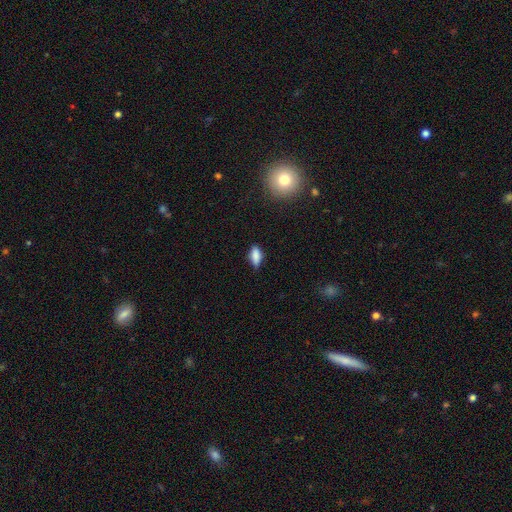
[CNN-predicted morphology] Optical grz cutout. It shows a smooth galaxy with no disk features (82%) that is in between round and cigar-shaped (81%). Merging: none (72%).